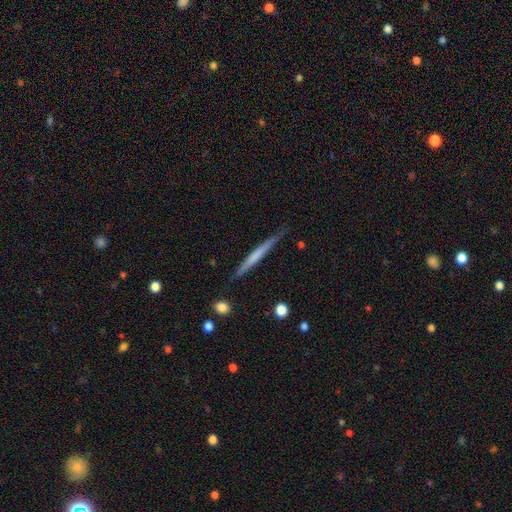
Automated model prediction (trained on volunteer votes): Smooth or featured? Predicted: featured or disk (p=0.49). Merging? Predicted: none (p=0.84).